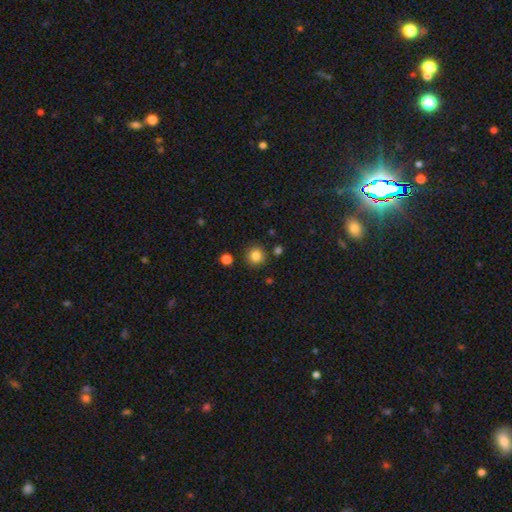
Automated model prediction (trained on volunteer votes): Smooth or featured?
  - smooth: 84% *
  - star or artifact: 11%
  - featured or disk: 5%
How rounded?
  - round: 93% *
  - in between: 7%
  - cigar-shaped: 1%
Merging?
  - none: 87% *
  - minor disturbance: 7%
  - merger: 3%
  - major disturbance: 2%